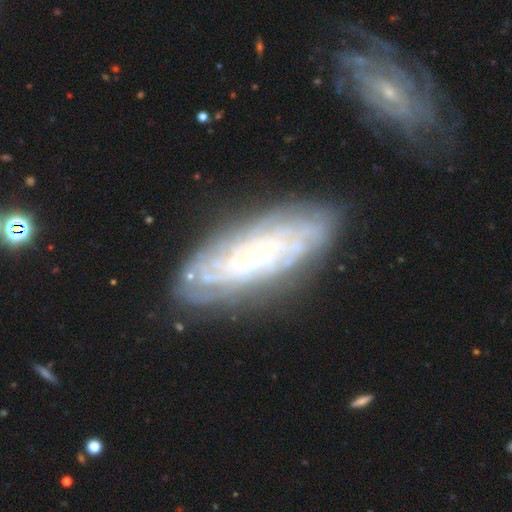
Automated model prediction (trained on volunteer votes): featured or disk 72%, smooth 19%, star or artifact 9%. Down the decision tree: edge-on disk — no (82%); bar — no (77%); spiral arms — yes (83%); bulge size — small (54%); merging — none (75%).